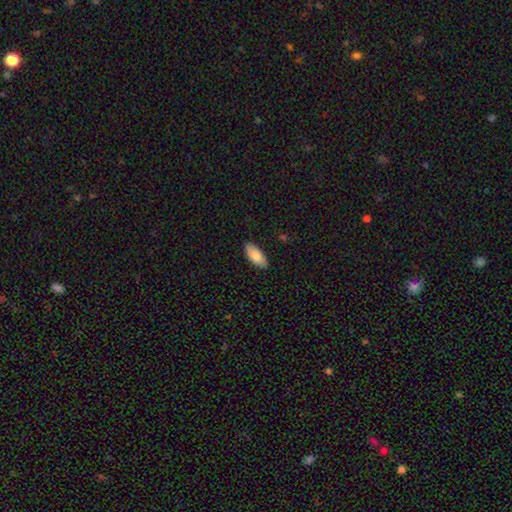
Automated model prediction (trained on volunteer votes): This is clearly a smooth galaxy (84%). How rounded: clearly in between (89%). Merging: clearly none (87%).